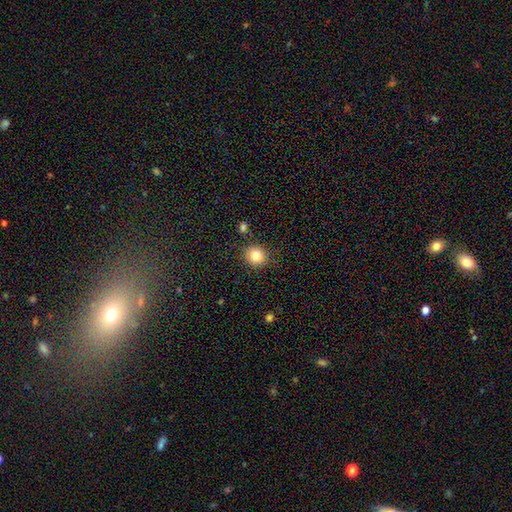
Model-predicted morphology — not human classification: smooth-or-featured: smooth: 82% | star or artifact: 11% | featured or disk: 7%
  how-rounded: round: 86% | in between: 13% | cigar-shaped: 1%
  merging: none: 86% | minor disturbance: 8% | merger: 3% | major disturbance: 3%